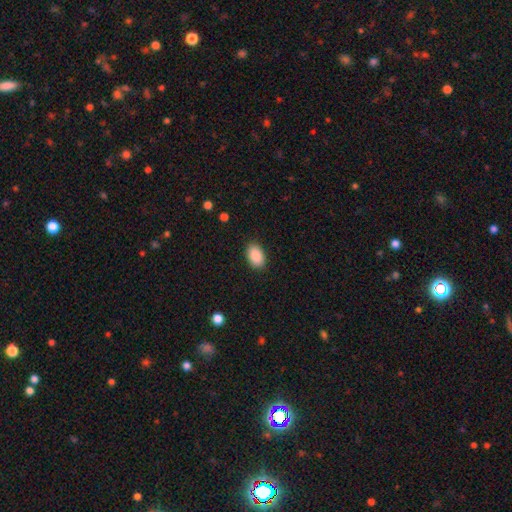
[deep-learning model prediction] Q: Smooth or featured?
A: smooth (90%); runner-up: star or artifact (7%)
Q: How rounded?
A: in between (91%); runner-up: round (8%)
Q: Merging?
A: none (88%); runner-up: minor disturbance (9%)